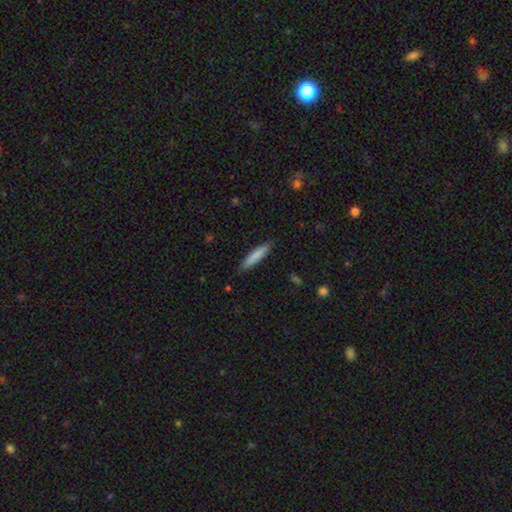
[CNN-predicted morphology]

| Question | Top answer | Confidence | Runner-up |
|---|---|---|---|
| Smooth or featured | smooth | 81% | featured or disk (13%) |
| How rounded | cigar-shaped | 87% | in between (12%) |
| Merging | none | 86% | minor disturbance (11%) |